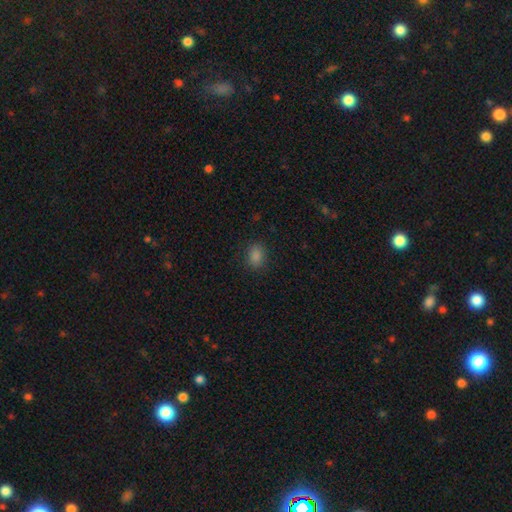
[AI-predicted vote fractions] Overall: smooth (83%). How rounded: in between (62%; round 37%). Merging: none (87%).